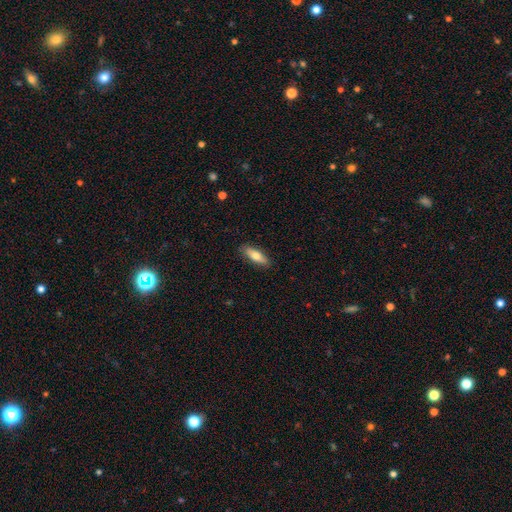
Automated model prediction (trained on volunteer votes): smooth_or_featured: smooth (p=0.71) [alt: featured or disk p=0.23]
how_rounded: in between (p=0.52) [alt: cigar-shaped p=0.45]
merging: none (p=0.87) [alt: minor disturbance p=0.10]